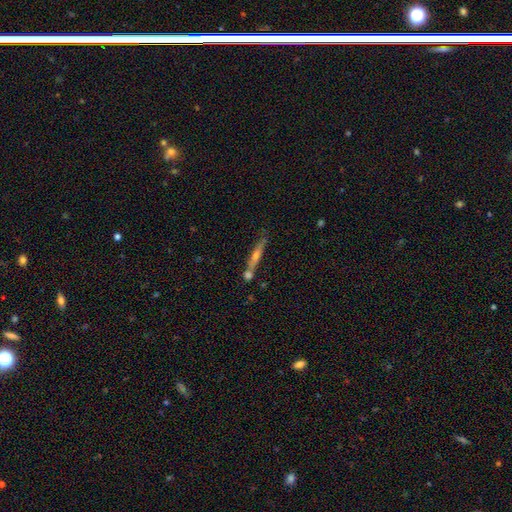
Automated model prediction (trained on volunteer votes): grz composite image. It shows a featured or disk galaxy (61%) viewed edge-on (92%) with a rounded central bulge (74%). Merging: none (67%).